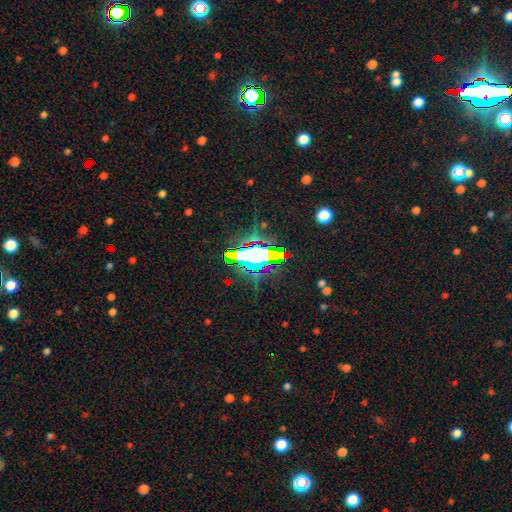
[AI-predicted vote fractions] Smooth or featured?
  - star or artifact: 60% *
  - smooth: 23%
  - featured or disk: 17%